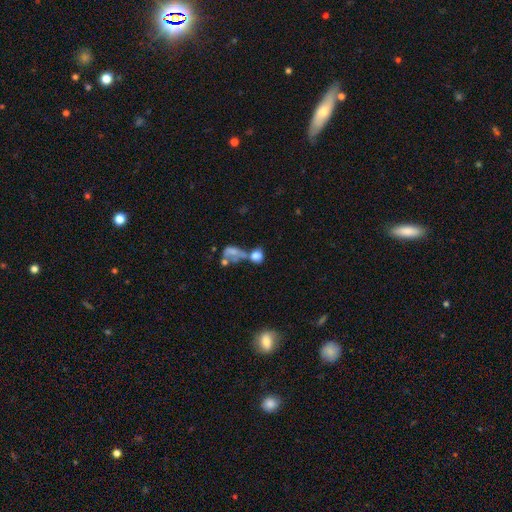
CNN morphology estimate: smooth-or-featured: smooth: 69% | featured or disk: 19% | star or artifact: 13%
  how-rounded: round: 53% | in between: 45% | cigar-shaped: 3%
  merging: merger: 55% | none: 23% | major disturbance: 13% | minor disturbance: 10%